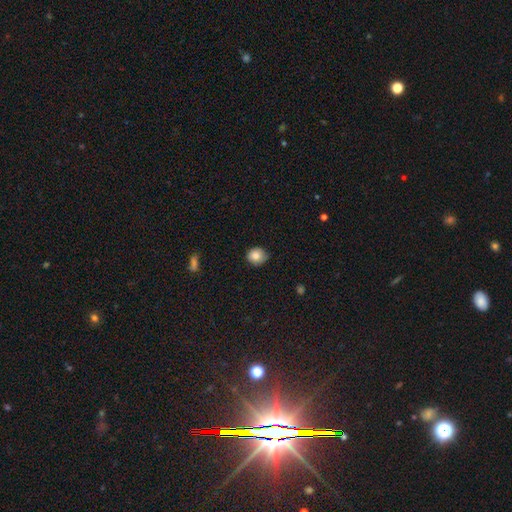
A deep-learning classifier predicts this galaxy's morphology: This appears to be a smooth galaxy with no disk features (85%) that is round (80%). Merging: none (77%).